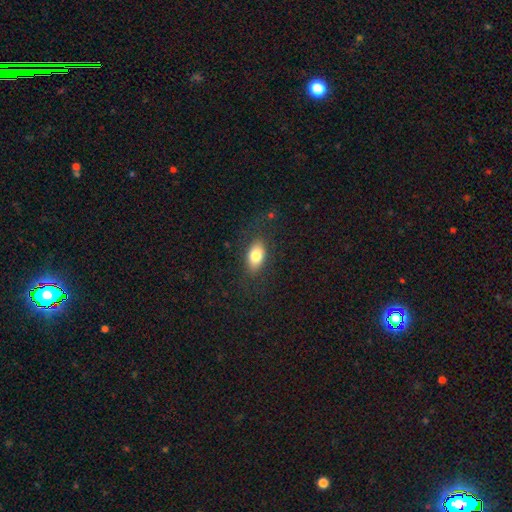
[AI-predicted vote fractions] This appears to be a smooth galaxy with no disk features (79%) that is in between round and cigar-shaped (89%). Merging: none (82%).